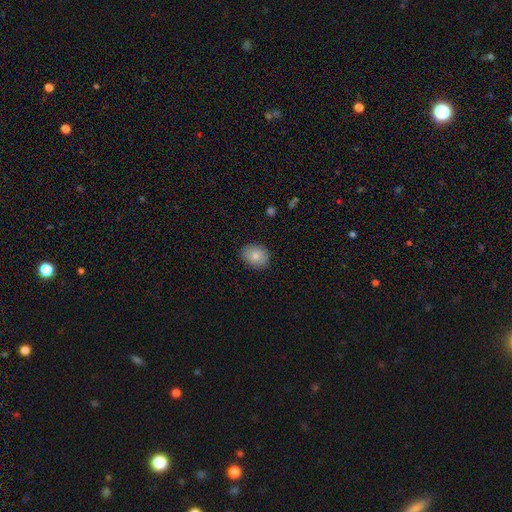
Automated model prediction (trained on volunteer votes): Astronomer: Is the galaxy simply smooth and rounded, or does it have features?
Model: smooth — 79%.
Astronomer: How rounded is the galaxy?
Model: round — 54% (runner-up: in between, 45%).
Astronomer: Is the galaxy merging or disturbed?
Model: none — 85%.